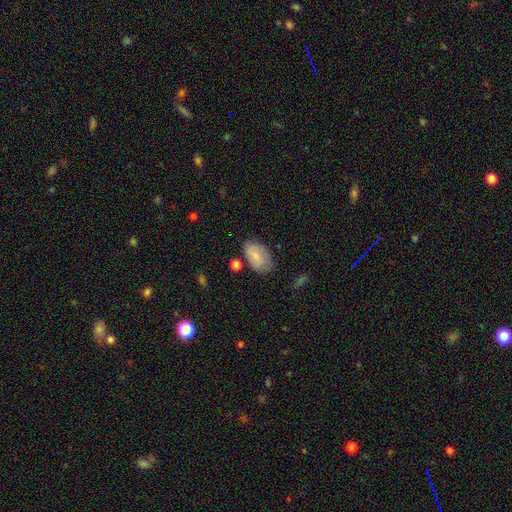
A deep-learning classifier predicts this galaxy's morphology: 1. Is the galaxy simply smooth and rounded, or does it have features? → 77% smooth, 16% featured or disk, 7% star or artifact.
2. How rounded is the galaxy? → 93% in between, 6% round, 2% cigar-shaped.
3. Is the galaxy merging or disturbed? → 63% none, 25% minor disturbance, 7% major disturbance, 5% merger.